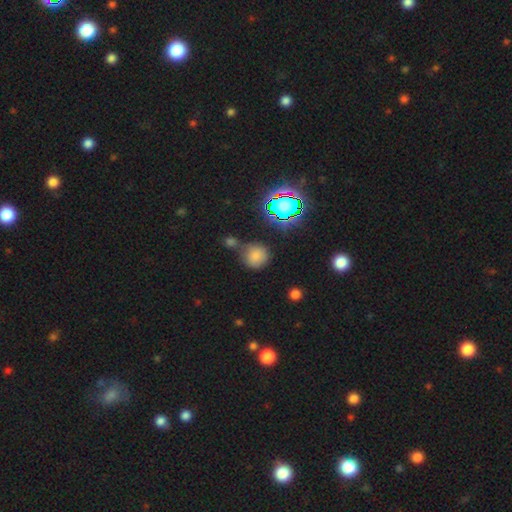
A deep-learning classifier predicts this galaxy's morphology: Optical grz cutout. It shows a smooth galaxy with no disk features (70%) that is round (87%). Merging: none (63%).